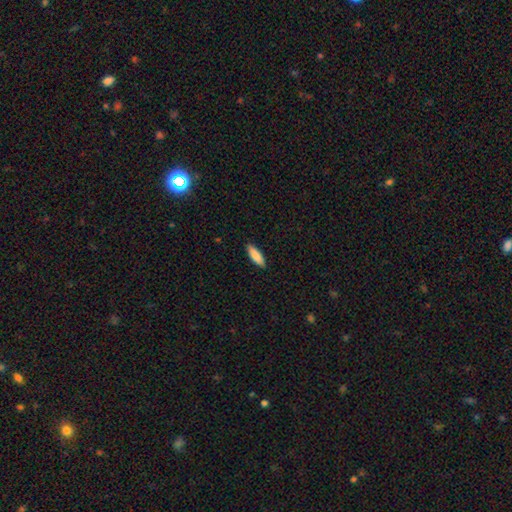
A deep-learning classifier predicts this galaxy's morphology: Q: Smooth or featured?
A: smooth (87%); runner-up: featured or disk (8%)
Q: How rounded?
A: cigar-shaped (54%); runner-up: in between (45%)
Q: Merging?
A: none (90%); runner-up: minor disturbance (8%)